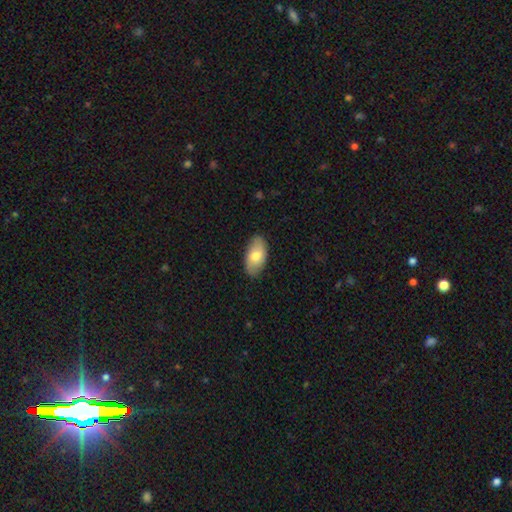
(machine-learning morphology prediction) A smooth galaxy with no disk features (70%) that is in between round and cigar-shaped (94%). Merging: none (85%).